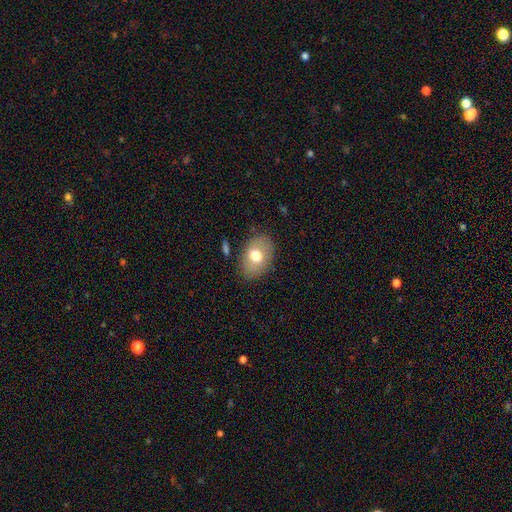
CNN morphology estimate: type=smooth (71%); roundness=in between (82%); merging=none (82%).